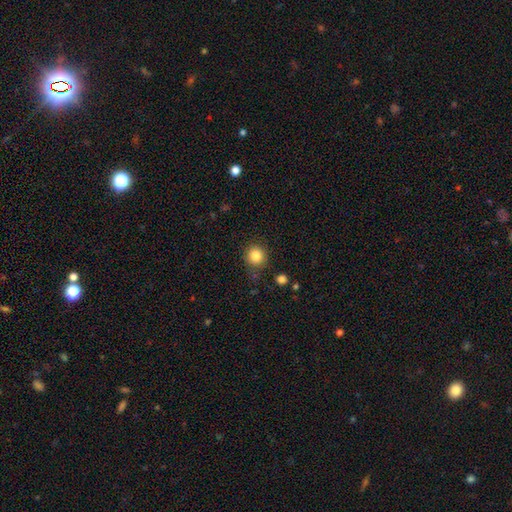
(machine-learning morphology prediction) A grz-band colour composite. It shows a smooth galaxy with no disk features (84%) that is round (92%). Merging: none (84%).